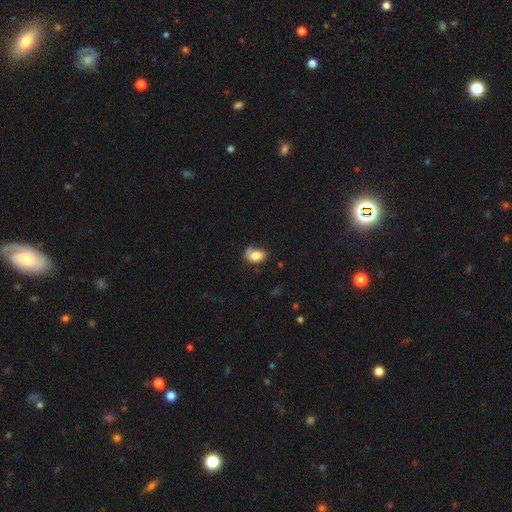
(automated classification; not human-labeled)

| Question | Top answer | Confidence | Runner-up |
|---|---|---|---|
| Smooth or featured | smooth | 77% | featured or disk (15%) |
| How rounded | in between | 84% | round (14%) |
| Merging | none | 46% | minor disturbance (26%) |